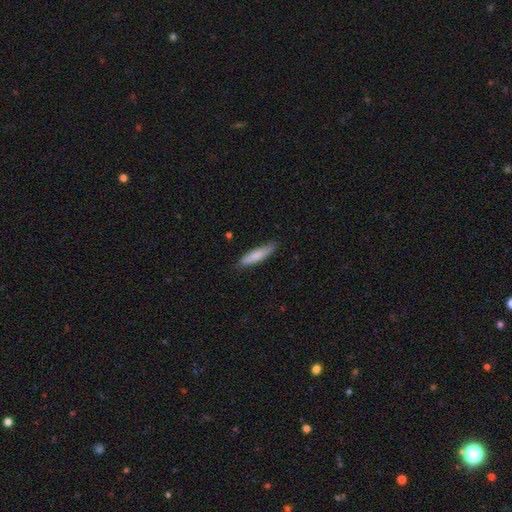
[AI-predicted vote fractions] Smooth or featured: smooth — 77% (featured or disk — 17%)
How rounded: cigar-shaped — 84% (in between — 15%)
Merging: none — 80% (minor disturbance — 16%)